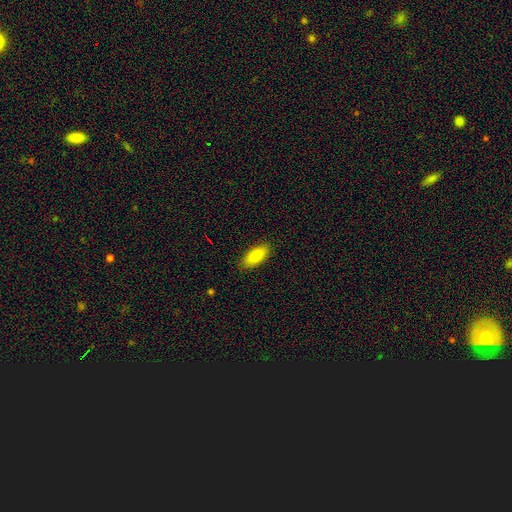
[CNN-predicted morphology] This is clearly a smooth galaxy (83%). How rounded: clearly in between (85%). Merging: clearly none (88%).